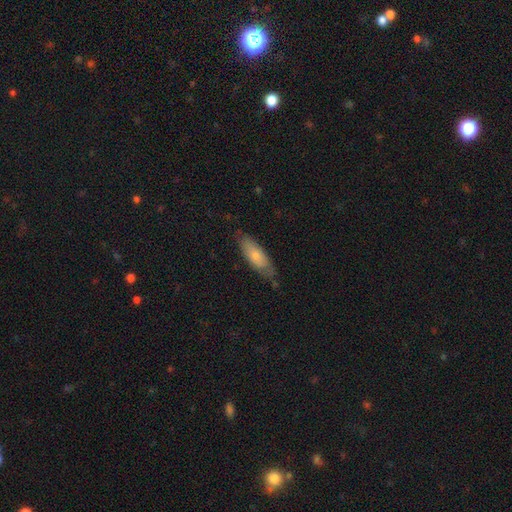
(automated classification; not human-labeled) The model was most divided on "how rounded": in between: 64%, cigar-shaped: 35%, round: 2%. More confident: smooth or featured — smooth (72%); merging — none (70%).